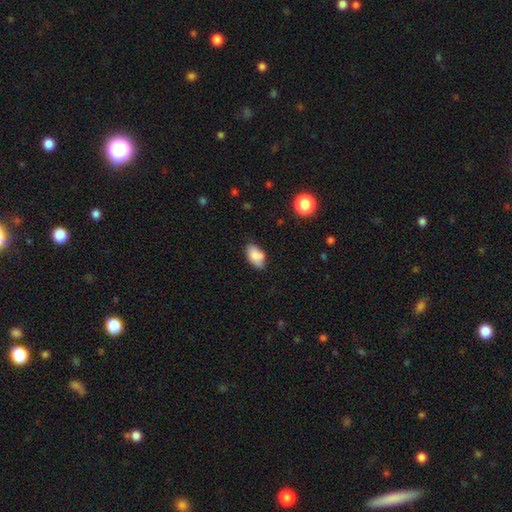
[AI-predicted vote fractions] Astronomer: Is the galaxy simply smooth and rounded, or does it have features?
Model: smooth — 82%.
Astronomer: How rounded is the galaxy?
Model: in between — 92%.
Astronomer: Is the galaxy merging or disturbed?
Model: none — 70%.